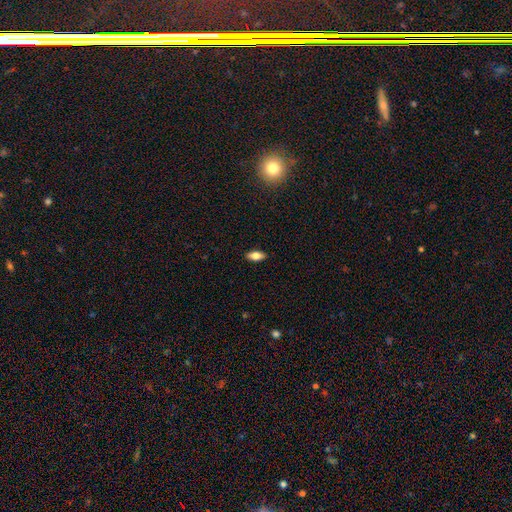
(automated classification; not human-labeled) Smooth or featured? smooth (76%)
How rounded? in between (84%)
Merging? none (89%)